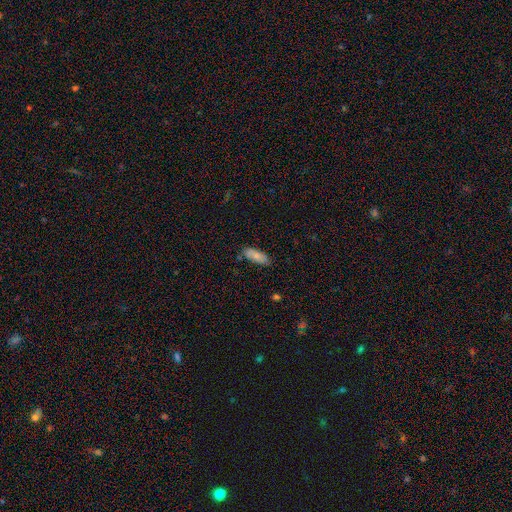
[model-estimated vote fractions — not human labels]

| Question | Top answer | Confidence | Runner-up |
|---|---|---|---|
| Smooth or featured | smooth | 77% | featured or disk (16%) |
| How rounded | in between | 75% | cigar-shaped (23%) |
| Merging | none | 72% | minor disturbance (20%) |